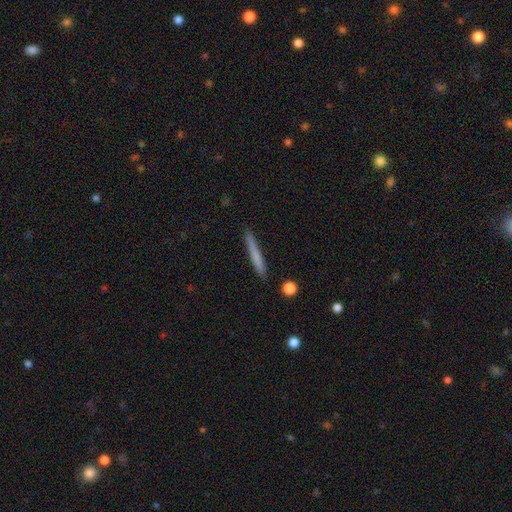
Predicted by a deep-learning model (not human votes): This appears to be a smooth galaxy with no disk features (70%) that is cigar-shaped (96%). Merging: none (89%).